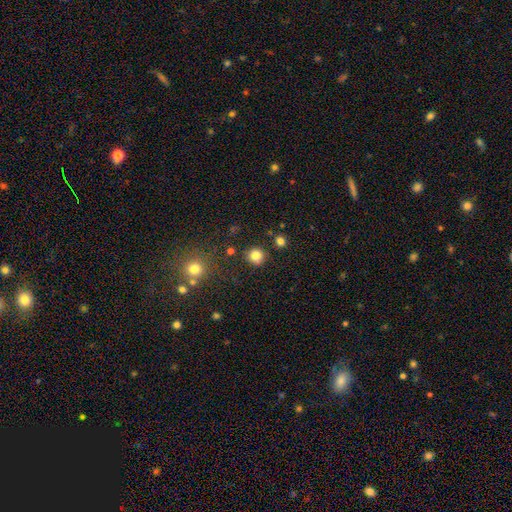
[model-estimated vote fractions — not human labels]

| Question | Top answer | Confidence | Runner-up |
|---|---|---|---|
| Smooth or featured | smooth | 83% | star or artifact (12%) |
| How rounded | round | 91% | in between (8%) |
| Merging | none | 86% | minor disturbance (8%) |